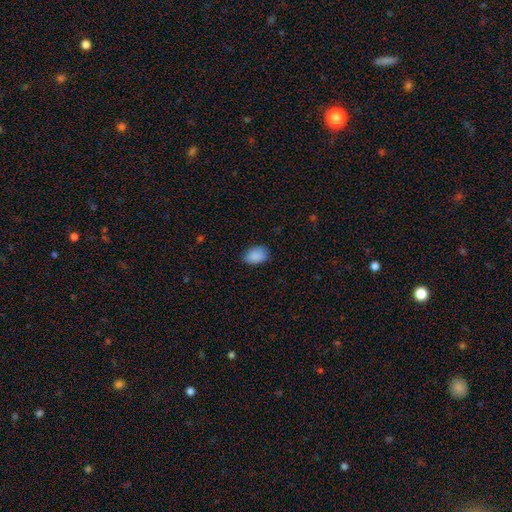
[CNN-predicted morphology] A smooth galaxy with no disk features (89%) that is in between round and cigar-shaped (82%).

Vote fractions:
- Smooth or featured? smooth: 89% / star or artifact: 7% / featured or disk: 4%
- How rounded? in between: 82% / round: 17% / cigar-shaped: 1%
- Merging? none: 80% / minor disturbance: 16% / major disturbance: 3% / merger: 1%